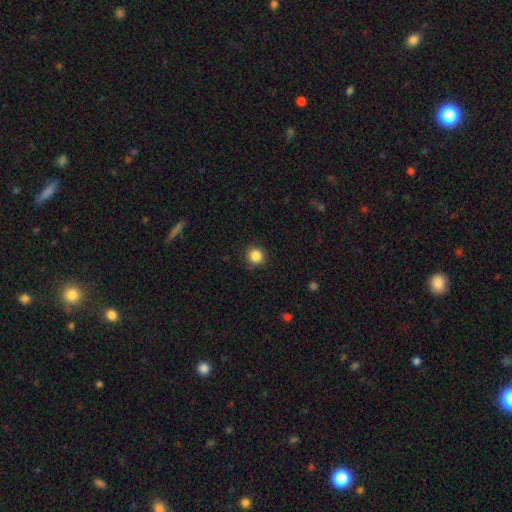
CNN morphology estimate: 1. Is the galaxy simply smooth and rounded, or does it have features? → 86% smooth, 11% star or artifact, 4% featured or disk.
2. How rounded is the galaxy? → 94% round, 5% in between, 1% cigar-shaped.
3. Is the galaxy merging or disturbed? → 87% none, 9% minor disturbance, 3% major disturbance, 1% merger.